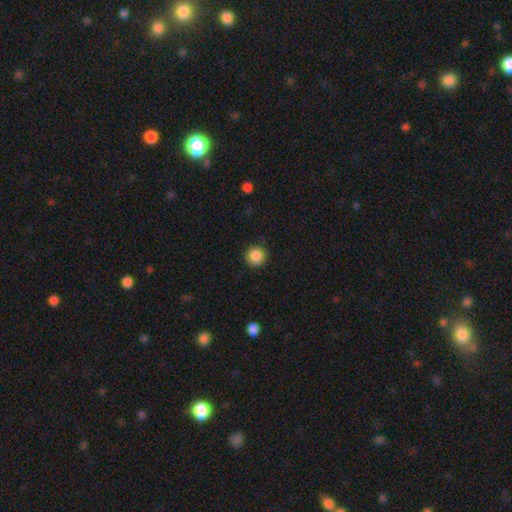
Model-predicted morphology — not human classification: Overall: smooth (87%). How rounded: round (94%). Merging: none (88%).